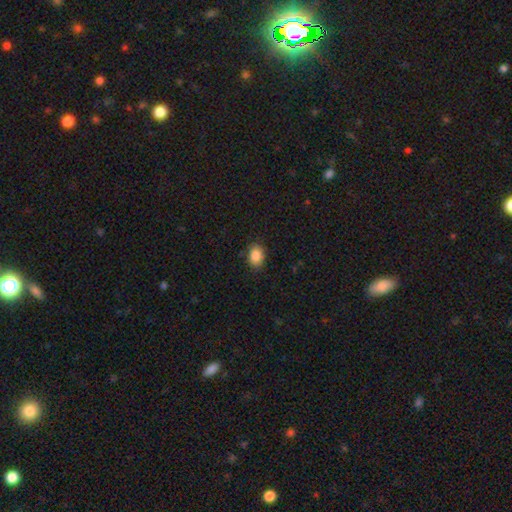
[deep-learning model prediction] A smooth galaxy with no disk features (88%) that is in between round and cigar-shaped (71%). Merging: none (85%).